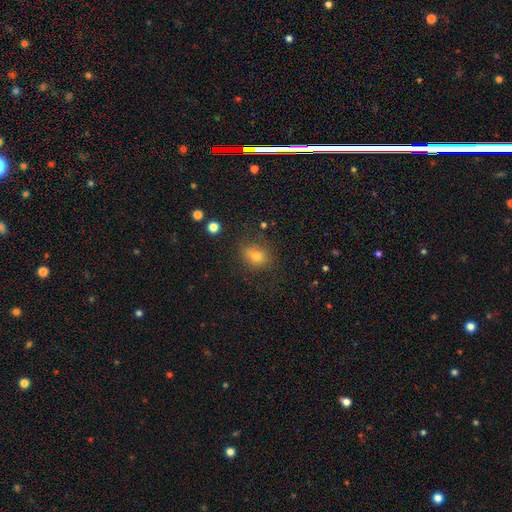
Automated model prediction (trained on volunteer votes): Q: Smooth or featured?
A: smooth (72%); runner-up: star or artifact (15%)
Q: How rounded?
A: in between (54%); runner-up: round (45%)
Q: Merging?
A: none (76%); runner-up: minor disturbance (15%)